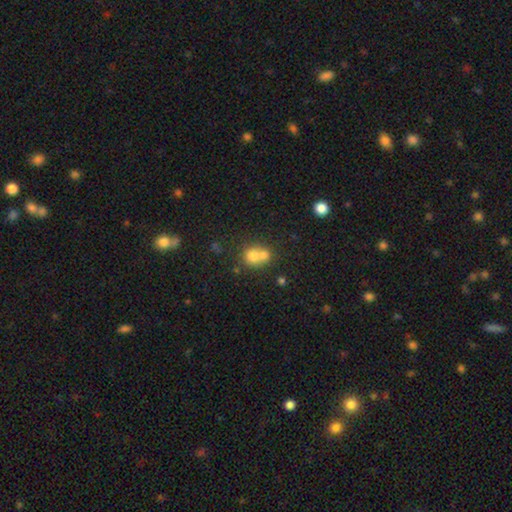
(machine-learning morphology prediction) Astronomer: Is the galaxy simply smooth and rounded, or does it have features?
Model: smooth — 71%.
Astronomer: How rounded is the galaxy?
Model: round — 62%.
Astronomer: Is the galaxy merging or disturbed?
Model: merger — 59%.